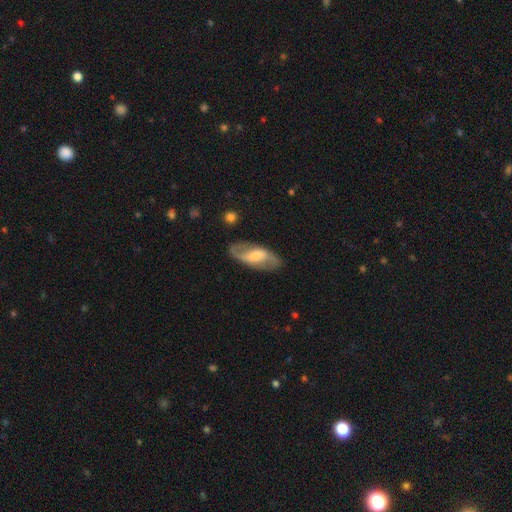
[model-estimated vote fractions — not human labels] This appears to be a featured or disk galaxy (74%) with a weak bar (44%), 2 (90%) loose (49%) spiral arms (90%) and a moderate central bulge (39%). Merging: none (80%).